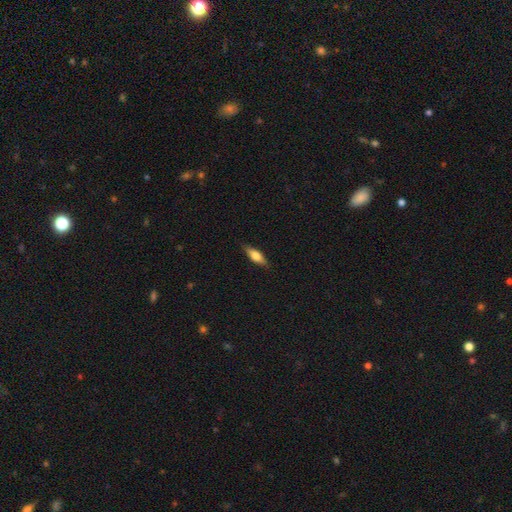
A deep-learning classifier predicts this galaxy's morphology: This appears to be a smooth galaxy with no disk features (56%) that is in between round and cigar-shaped (55%). Merging: none (86%).